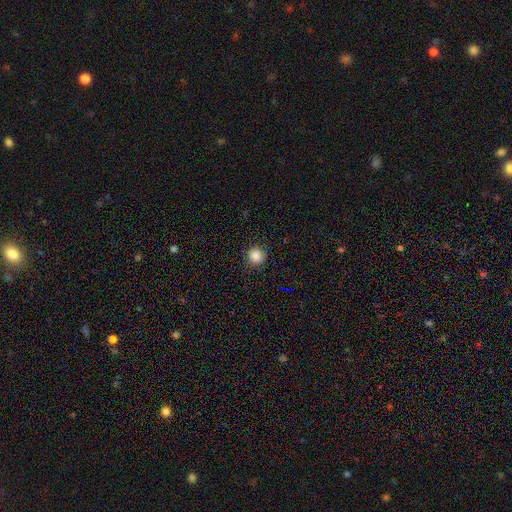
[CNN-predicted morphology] A smooth galaxy with no disk features (84%) that is round (91%).

Vote fractions:
- Smooth or featured? smooth: 84% / star or artifact: 11% / featured or disk: 4%
- How rounded? round: 91% / in between: 8% / cigar-shaped: 1%
- Merging? none: 86% / minor disturbance: 10% / major disturbance: 3% / merger: 1%